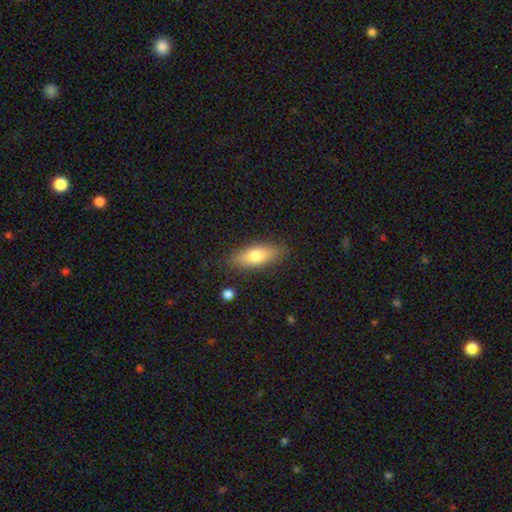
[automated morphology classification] smooth-or-featured: smooth: 73% | featured or disk: 20% | star or artifact: 7%
  how-rounded: in between: 64% | cigar-shaped: 33% | round: 3%
  merging: none: 84% | minor disturbance: 11% | major disturbance: 3% | merger: 2%